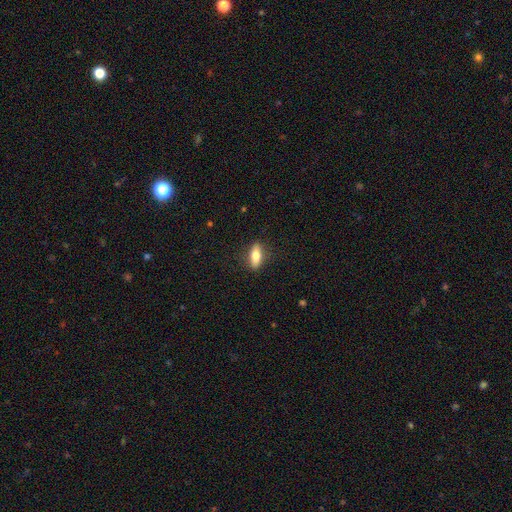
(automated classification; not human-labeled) Q: Smooth or featured?
A: smooth (63%); runner-up: featured or disk (30%)
Q: How rounded?
A: in between (60%); runner-up: cigar-shaped (36%)
Q: Merging?
A: none (86%); runner-up: minor disturbance (10%)